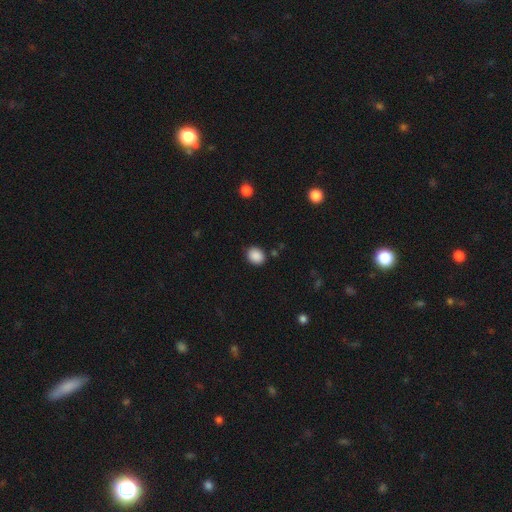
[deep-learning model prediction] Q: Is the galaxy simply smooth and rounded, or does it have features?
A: smooth — 89%.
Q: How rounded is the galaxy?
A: round — 51%.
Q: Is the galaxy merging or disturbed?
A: none — 86%.